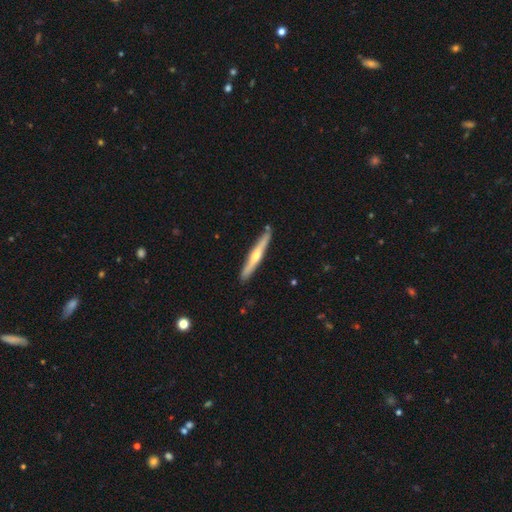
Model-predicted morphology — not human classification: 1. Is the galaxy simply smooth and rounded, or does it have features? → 62% featured or disk, 33% smooth, 5% star or artifact.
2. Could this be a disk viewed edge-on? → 96% yes, 4% no.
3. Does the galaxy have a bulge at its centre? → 84% rounded, 12% none, 3% boxy.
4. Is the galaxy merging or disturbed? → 89% none, 8% minor disturbance, 2% merger, 1% major disturbance.